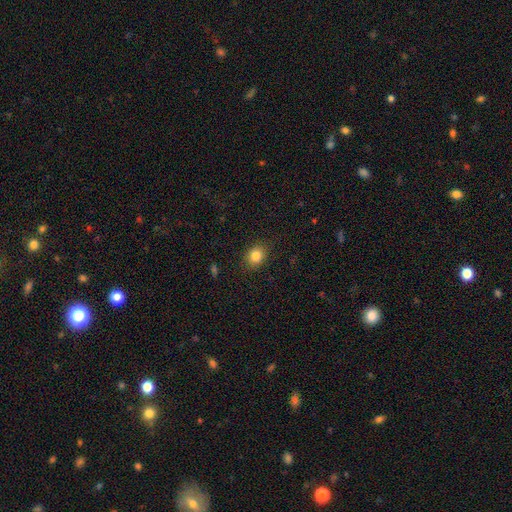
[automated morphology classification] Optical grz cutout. It shows a smooth galaxy with no disk features (84%) that is round (54%). Merging: none (86%).